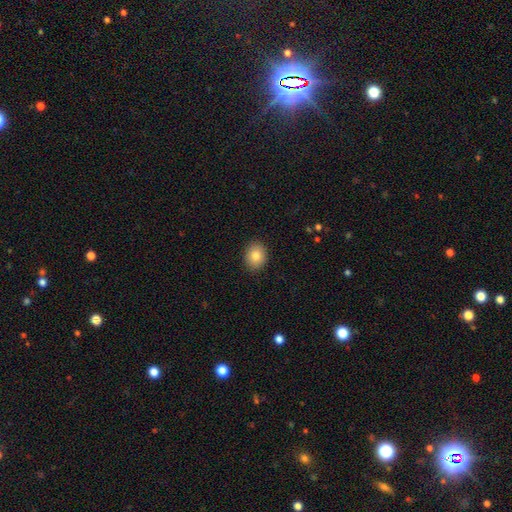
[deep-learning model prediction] Overall: smooth (83%). How rounded: round (55%; in between 44%). Merging: none (90%).